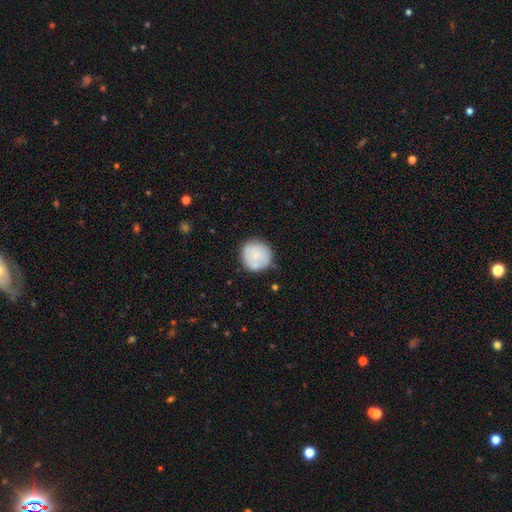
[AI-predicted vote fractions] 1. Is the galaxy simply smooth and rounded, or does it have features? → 70% smooth, 24% featured or disk, 7% star or artifact.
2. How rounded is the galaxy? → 93% round, 6% in between, 1% cigar-shaped.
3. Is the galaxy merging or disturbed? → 76% none, 16% minor disturbance, 4% major disturbance, 4% merger.